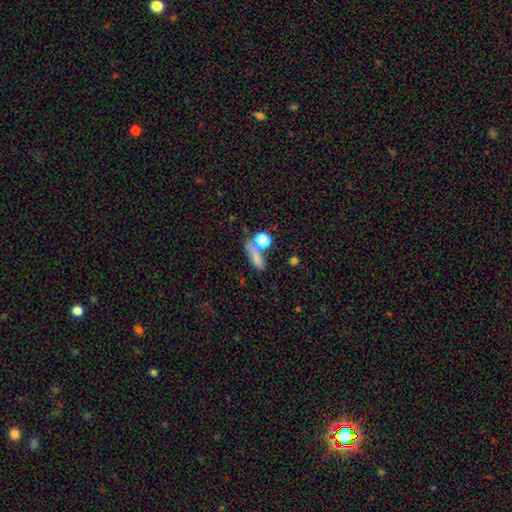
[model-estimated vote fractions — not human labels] Q: Smooth or featured?
A: smooth (69%); runner-up: star or artifact (16%)
Q: How rounded?
A: in between (45%); runner-up: cigar-shaped (34%)
Q: Merging?
A: none (44%); runner-up: merger (31%)